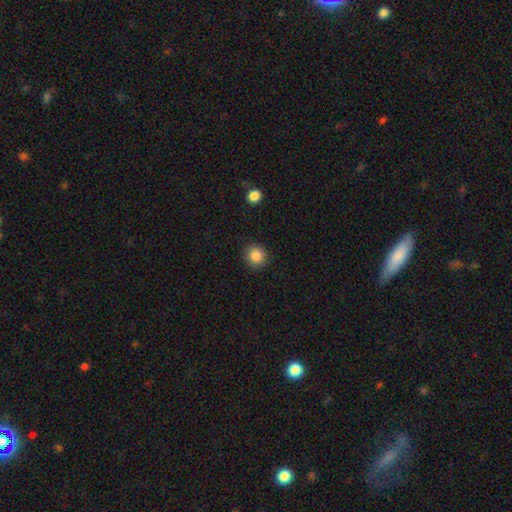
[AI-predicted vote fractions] Smooth or featured? smooth (86%)
How rounded? round (89%)
Merging? none (90%)